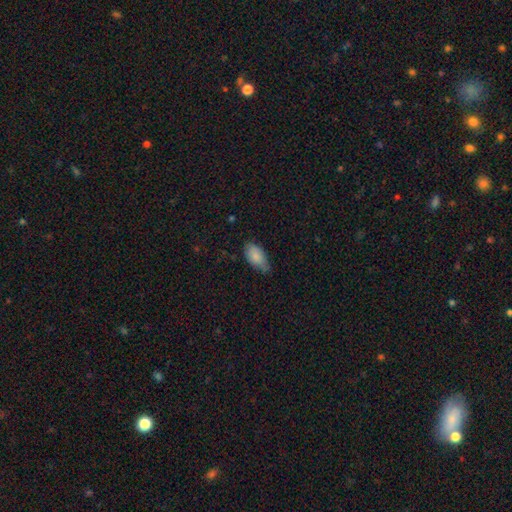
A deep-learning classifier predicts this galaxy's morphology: smooth-or-featured: smooth: 84% | featured or disk: 10% | star or artifact: 7%
  how-rounded: in between: 93% | cigar-shaped: 4% | round: 4%
  merging: none: 54% | minor disturbance: 39% | major disturbance: 6% | merger: 2%